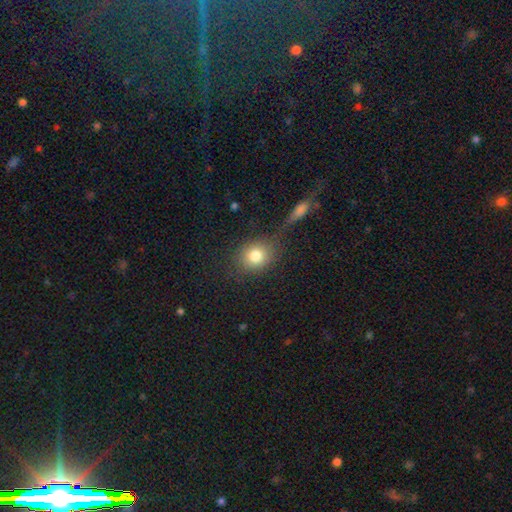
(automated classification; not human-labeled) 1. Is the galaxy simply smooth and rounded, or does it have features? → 80% smooth, 11% star or artifact, 9% featured or disk.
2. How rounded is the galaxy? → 67% round, 32% in between, 2% cigar-shaped.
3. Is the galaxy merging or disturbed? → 68% none, 13% minor disturbance, 12% merger, 7% major disturbance.